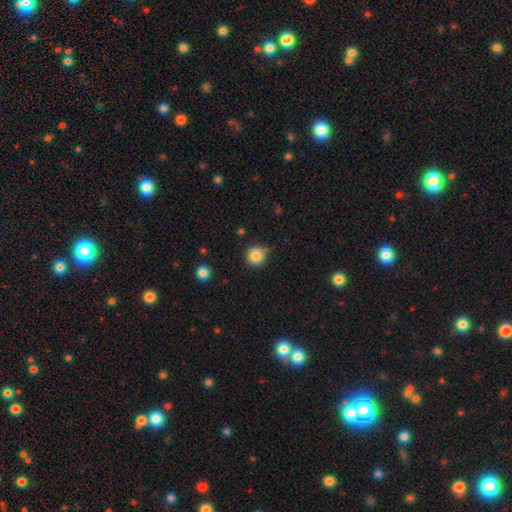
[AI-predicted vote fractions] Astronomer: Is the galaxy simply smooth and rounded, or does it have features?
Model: smooth — 85%.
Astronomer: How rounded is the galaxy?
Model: round — 93%.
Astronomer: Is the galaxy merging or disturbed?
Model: none — 85%.